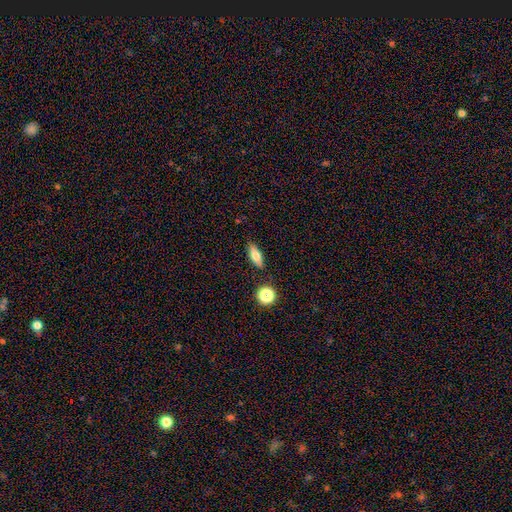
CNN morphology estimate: This appears to be a smooth galaxy with no disk features (71%) that is in between round and cigar-shaped (66%). Merging: none (86%).